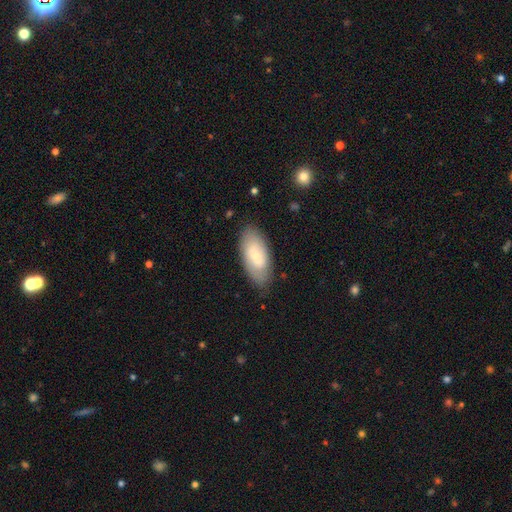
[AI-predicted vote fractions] Smooth or featured?
  - smooth: 58% *
  - featured or disk: 35%
  - star or artifact: 7%
How rounded?
  - in between: 89% *
  - cigar-shaped: 8%
  - round: 2%
Merging?
  - none: 79% *
  - minor disturbance: 16%
  - major disturbance: 4%
  - merger: 2%